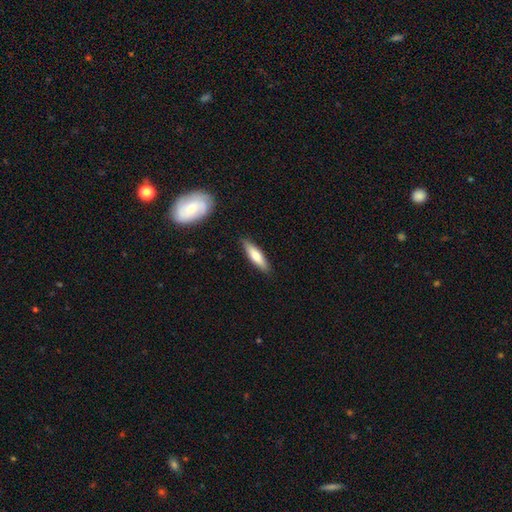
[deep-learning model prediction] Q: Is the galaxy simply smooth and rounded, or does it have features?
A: smooth — 67%.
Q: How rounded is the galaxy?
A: cigar-shaped — 68%.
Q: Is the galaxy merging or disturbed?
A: none — 87%.